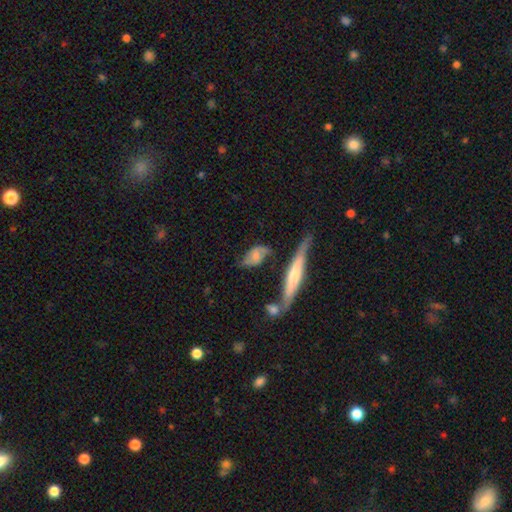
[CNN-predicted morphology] smooth_or_featured: featured or disk (p=0.54) [alt: smooth p=0.39]
disk_edge_on: no (p=0.78) [alt: yes p=0.22]
merging: none (p=0.52) [alt: minor disturbance p=0.26]